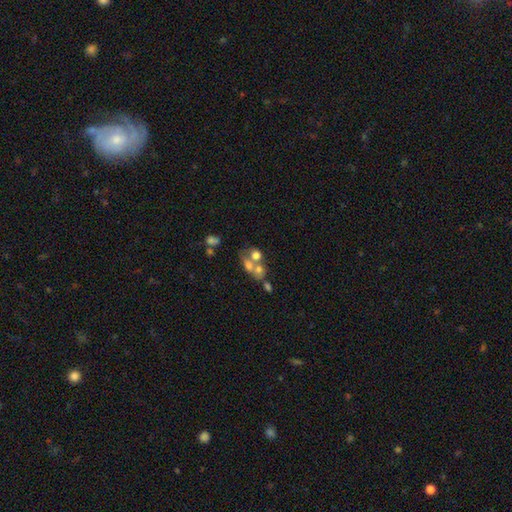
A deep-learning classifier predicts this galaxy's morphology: Smooth or featured: smooth — 57% (featured or disk — 28%)
How rounded: round — 58% (in between — 40%)
Merging: merger — 60% (none — 26%)